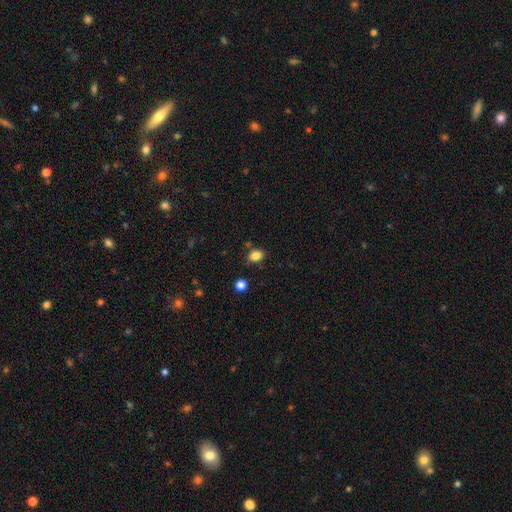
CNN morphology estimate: Smooth or featured? smooth (84%)
How rounded? in between (67%)
Merging? none (77%)